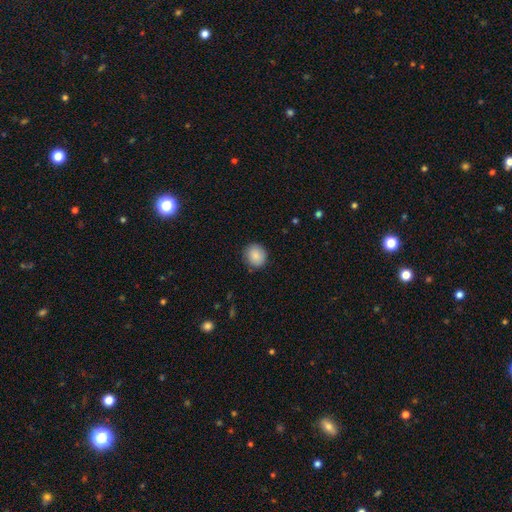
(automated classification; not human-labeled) The model was most divided on "how rounded": round: 86%, in between: 13%, cigar-shaped: 1%. More confident: merging — none (88%); smooth or featured — smooth (87%).